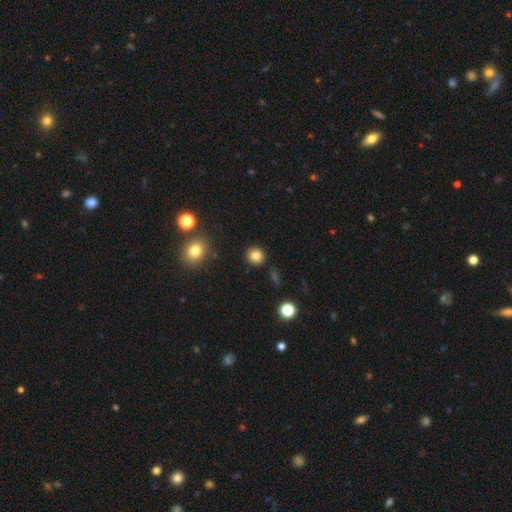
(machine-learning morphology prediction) Q: Smooth or featured?
A: smooth (82%); runner-up: star or artifact (12%)
Q: How rounded?
A: round (90%); runner-up: in between (9%)
Q: Merging?
A: none (90%); runner-up: minor disturbance (6%)